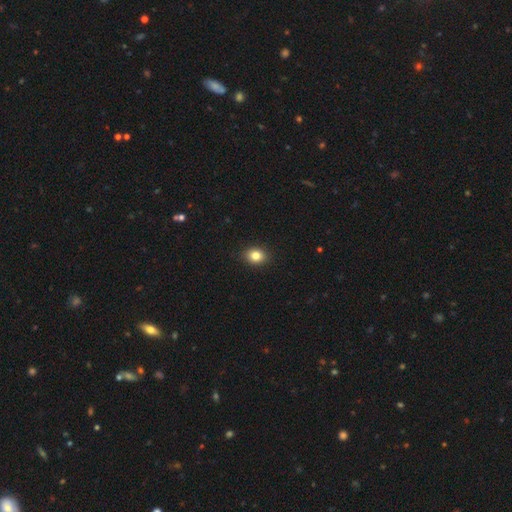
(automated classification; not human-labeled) This appears to be a smooth galaxy with no disk features (83%) that is round (52%). Merging: none (90%).